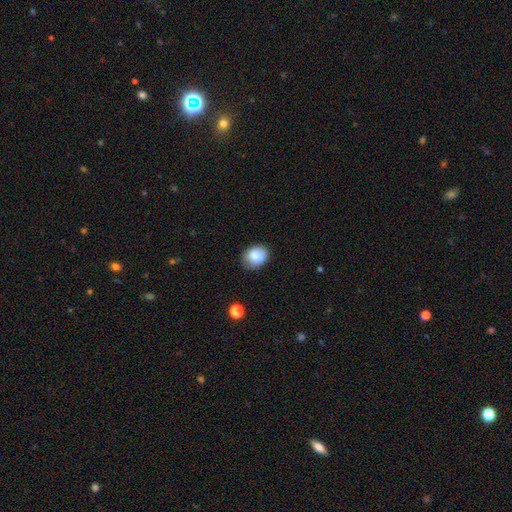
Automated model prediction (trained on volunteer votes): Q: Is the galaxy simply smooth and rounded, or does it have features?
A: smooth — 84%.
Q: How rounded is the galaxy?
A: in between — 57%.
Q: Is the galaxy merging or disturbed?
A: none — 72%.